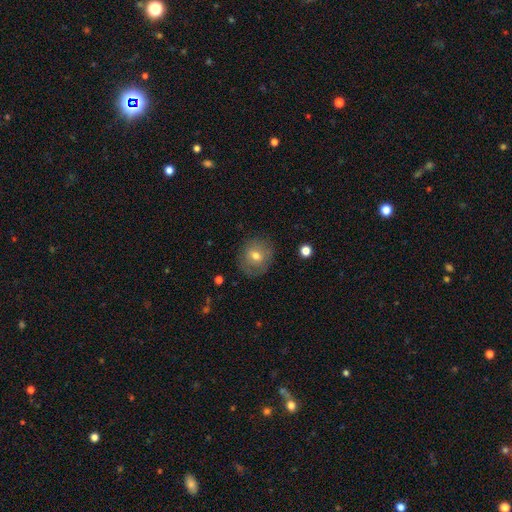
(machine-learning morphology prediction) Overall: smooth (66%). How rounded: round (77%). Merging: none (77%).